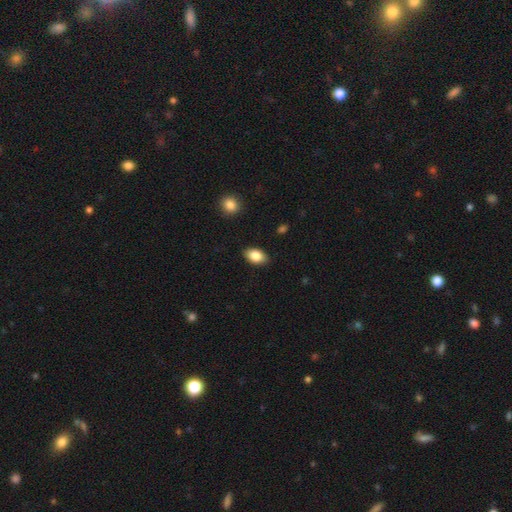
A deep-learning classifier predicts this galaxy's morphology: Smooth or featured?
  - smooth: 84% *
  - featured or disk: 9%
  - star or artifact: 7%
How rounded?
  - in between: 90% *
  - round: 8%
  - cigar-shaped: 2%
Merging?
  - none: 87% *
  - minor disturbance: 10%
  - major disturbance: 2%
  - merger: 1%